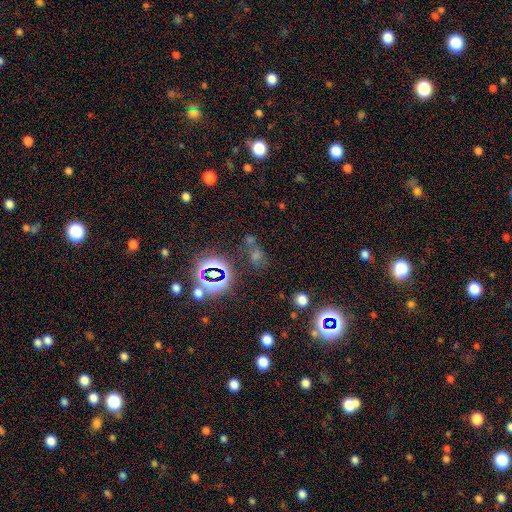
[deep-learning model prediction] Overall: star or artifact (58%; smooth 32%).